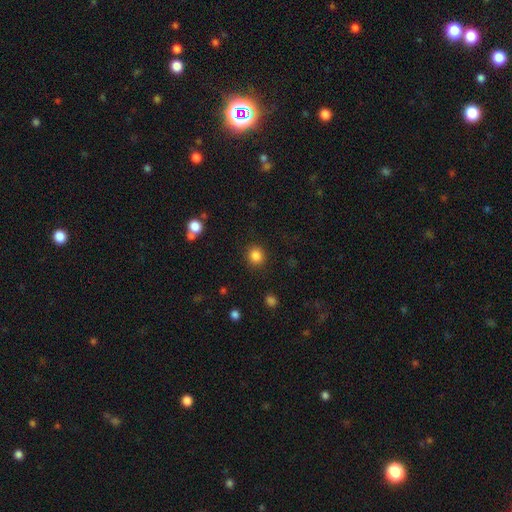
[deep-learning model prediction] A smooth galaxy with no disk features (85%) that is round (87%).

Vote fractions:
- Smooth or featured? smooth: 85% / star or artifact: 11% / featured or disk: 4%
- How rounded? round: 87% / in between: 12% / cigar-shaped: 1%
- Merging? none: 89% / minor disturbance: 7% / major disturbance: 3% / merger: 1%